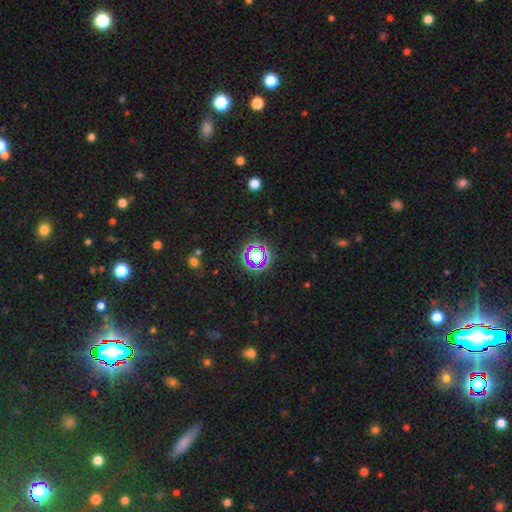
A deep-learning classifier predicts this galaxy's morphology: The model was most divided on "smooth or featured": star or artifact: 64%, smooth: 24%, featured or disk: 11%.